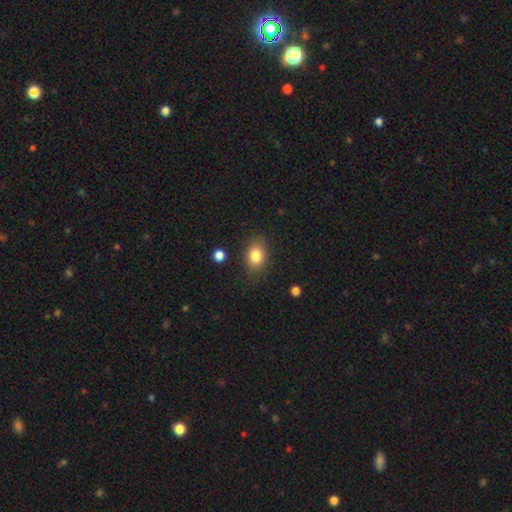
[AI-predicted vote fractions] A smooth galaxy with no disk features (83%) that is in between round and cigar-shaped (71%). Merging: none (83%).